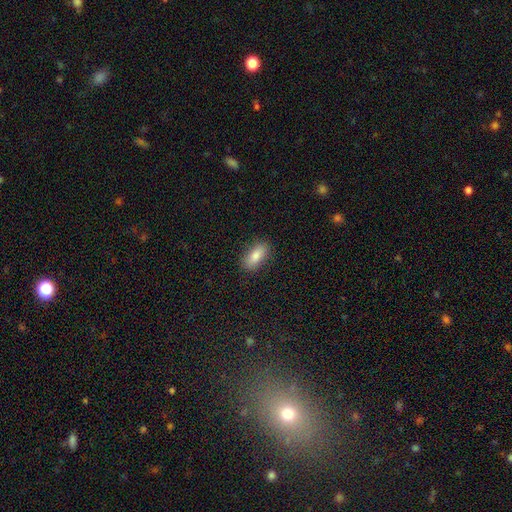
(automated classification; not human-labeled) smooth 82%, featured or disk 10%, star or artifact 8%. Down the decision tree: how rounded — in between (84%); merging — none (87%).